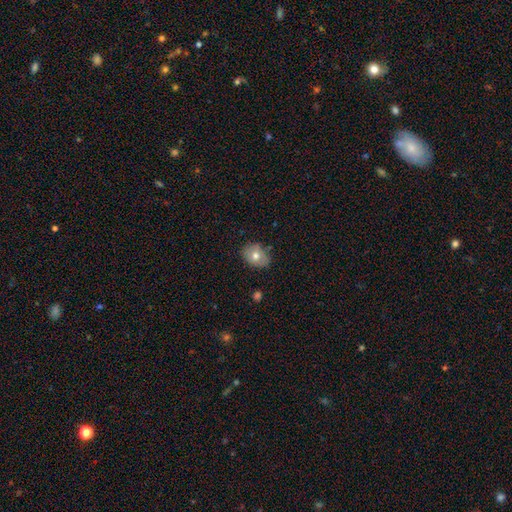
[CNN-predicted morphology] This is likely a smooth galaxy (71%). How rounded: likely in between (61%). Merging: likely none (80%).